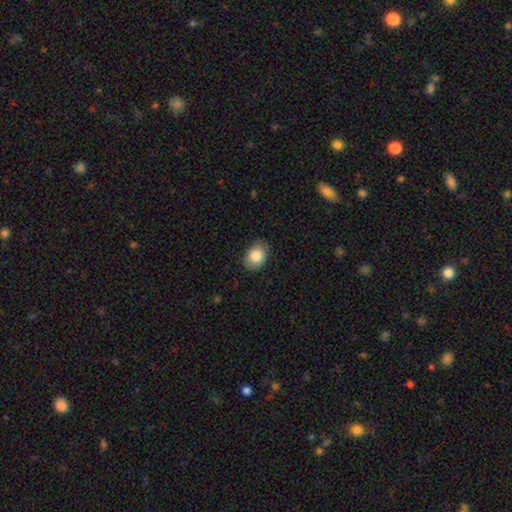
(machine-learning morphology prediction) A smooth galaxy with no disk features (85%) that is in between round and cigar-shaped (66%). Merging: none (82%).